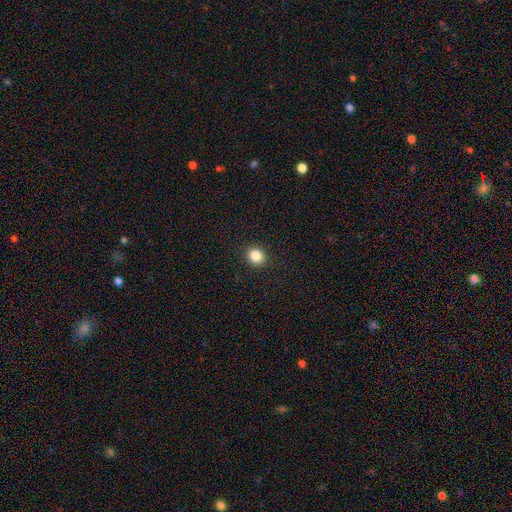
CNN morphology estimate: A smooth galaxy with no disk features (85%) that is round (76%). Merging: none (91%).